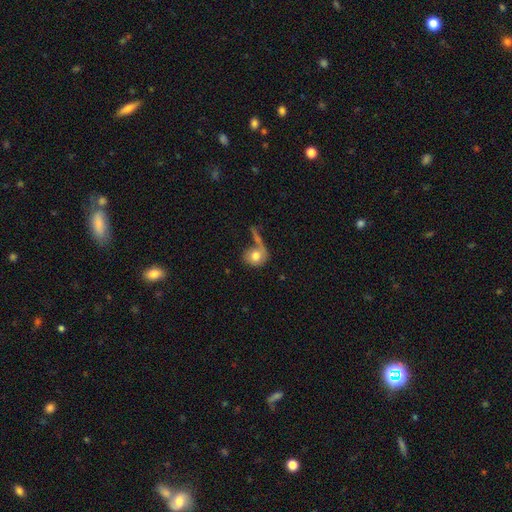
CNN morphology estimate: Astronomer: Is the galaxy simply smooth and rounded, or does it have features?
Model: smooth — 69%.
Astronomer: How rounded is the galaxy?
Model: round — 72%.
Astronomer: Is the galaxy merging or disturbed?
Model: none — 33% (runner-up: major disturbance, 26%).